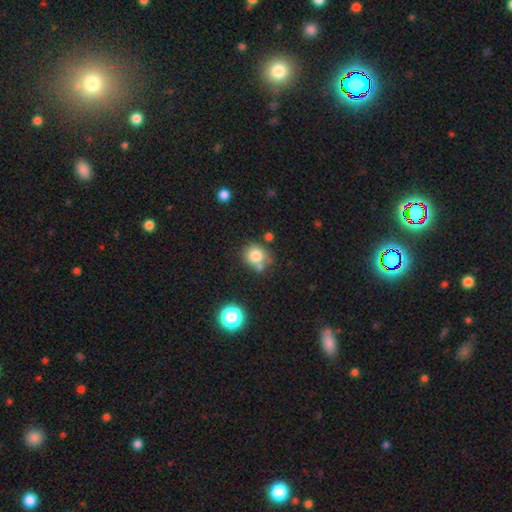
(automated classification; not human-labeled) Smooth or featured? Predicted: smooth (p=0.79). How rounded? Predicted: round (p=0.80). Merging? Predicted: none (p=0.63).